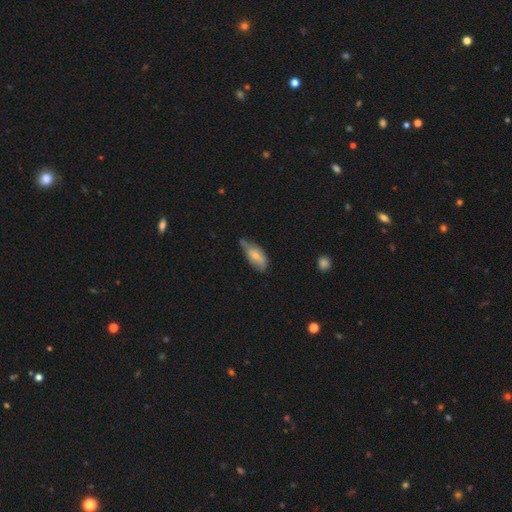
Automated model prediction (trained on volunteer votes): Overall: smooth (62%; featured or disk 31%). How rounded: in between (88%). Merging: minor disturbance (40%; none 36%).